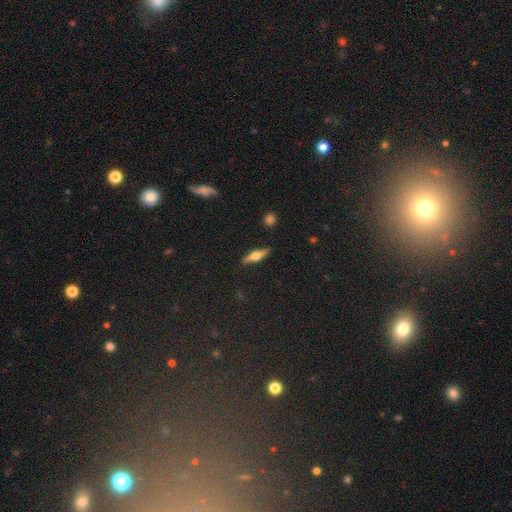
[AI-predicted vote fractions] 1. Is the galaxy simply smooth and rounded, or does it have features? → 55% featured or disk, 39% smooth, 6% star or artifact.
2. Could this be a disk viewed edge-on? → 94% yes, 6% no.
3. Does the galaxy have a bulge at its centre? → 93% rounded, 5% boxy, 2% none.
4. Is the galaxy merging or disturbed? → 89% none, 8% minor disturbance, 2% major disturbance, 1% merger.